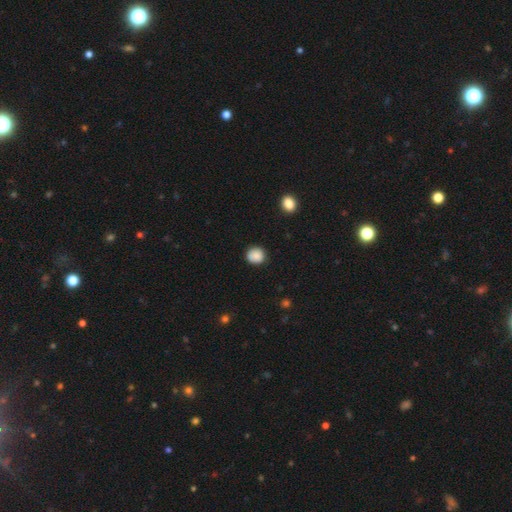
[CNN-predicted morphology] The model was most divided on "merging": none: 84%, minor disturbance: 12%, major disturbance: 2%, merger: 1%. More confident: how rounded — round (88%); smooth or featured — smooth (86%).